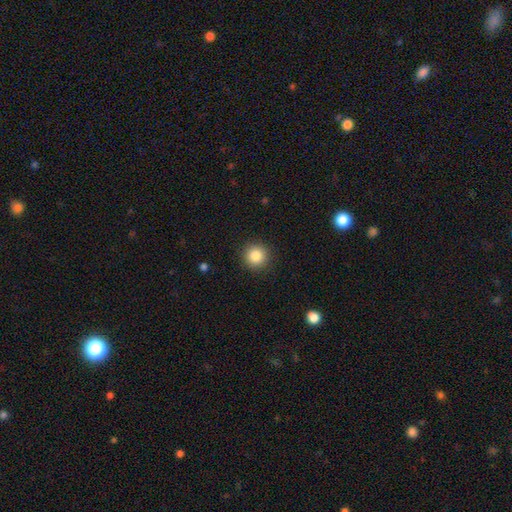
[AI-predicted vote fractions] The model was most divided on "smooth or featured": smooth: 85%, star or artifact: 10%, featured or disk: 5%. More confident: how rounded — round (95%); merging — none (92%).